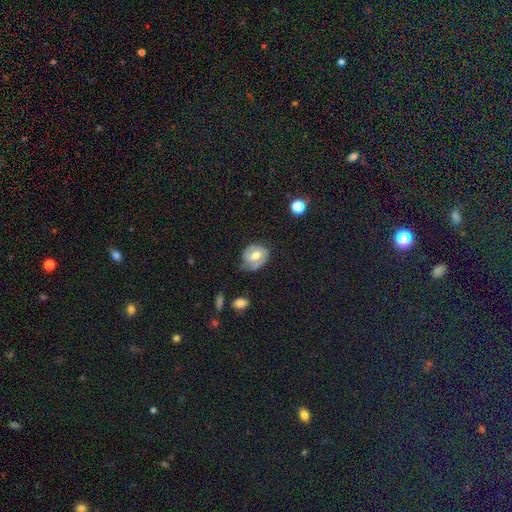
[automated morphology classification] This is possibly a featured or disk galaxy (54%). It is clearly not viewed edge-on (97%). Bar: possibly no (52%). Spiral arm pattern: likely yes (80%). Central bulge: likely moderate (74%). Merging: possibly none (58%).